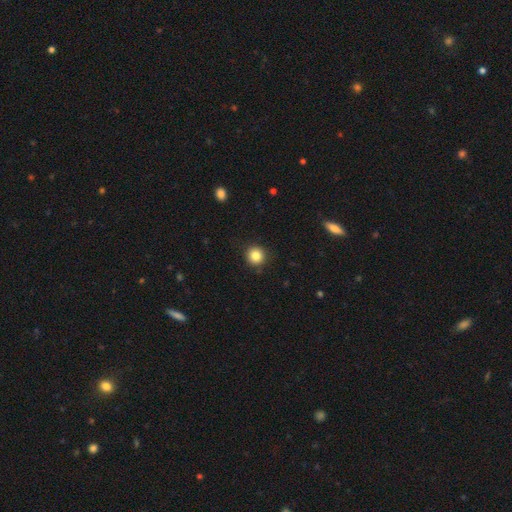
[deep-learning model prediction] Smooth or featured?
  - smooth: 84% *
  - star or artifact: 11%
  - featured or disk: 5%
How rounded?
  - round: 94% *
  - in between: 5%
  - cigar-shaped: 1%
Merging?
  - none: 90% *
  - minor disturbance: 6%
  - major disturbance: 2%
  - merger: 1%